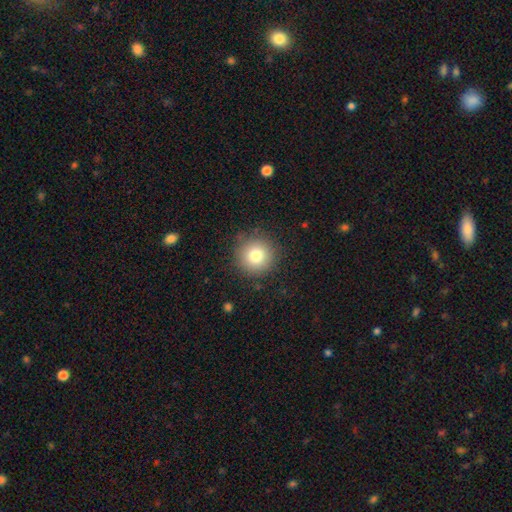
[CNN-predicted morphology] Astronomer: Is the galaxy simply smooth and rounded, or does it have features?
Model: smooth — 79%.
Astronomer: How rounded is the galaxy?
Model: round — 95%.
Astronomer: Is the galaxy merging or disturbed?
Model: none — 88%.